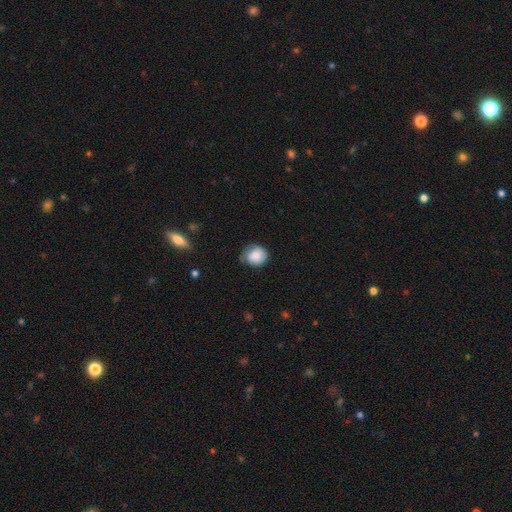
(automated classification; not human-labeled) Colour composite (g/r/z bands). It shows a smooth galaxy with no disk features (82%) that is round (76%). Merging: none (55%).